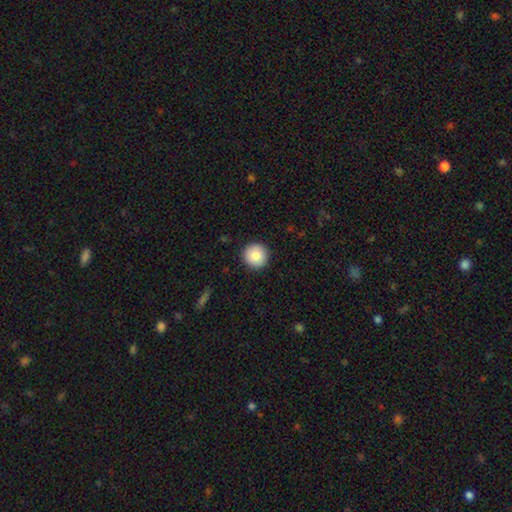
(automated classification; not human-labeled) smooth_or_featured: smooth (p=0.84) [alt: star or artifact p=0.08]
how_rounded: round (p=0.95) [alt: in between p=0.04]
merging: none (p=0.92) [alt: minor disturbance p=0.06]